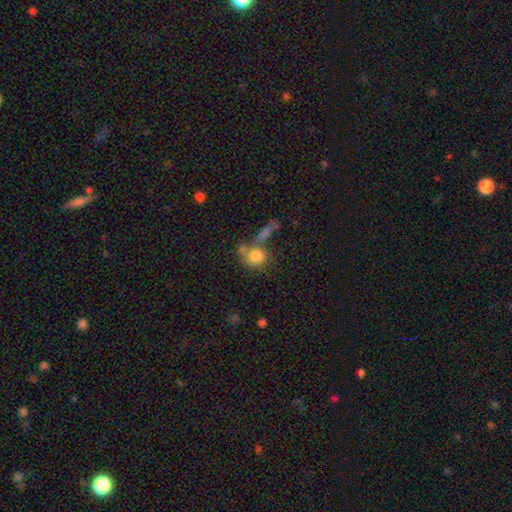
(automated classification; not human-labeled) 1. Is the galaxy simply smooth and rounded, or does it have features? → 80% smooth, 11% featured or disk, 10% star or artifact.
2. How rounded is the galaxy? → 73% round, 24% in between, 3% cigar-shaped.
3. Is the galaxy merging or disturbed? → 48% none, 30% merger, 13% minor disturbance, 8% major disturbance.